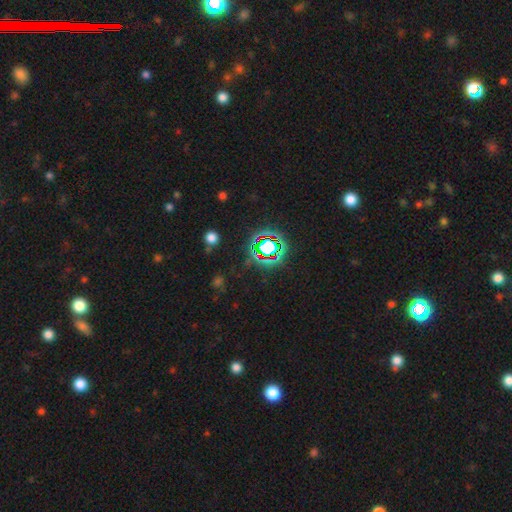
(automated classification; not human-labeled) Smooth or featured?
  - star or artifact: 77% *
  - smooth: 14%
  - featured or disk: 9%